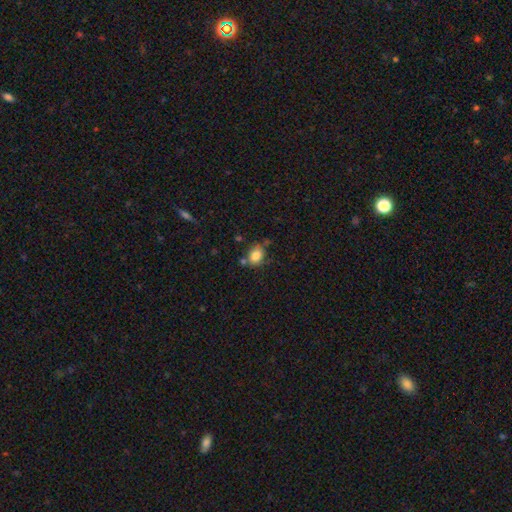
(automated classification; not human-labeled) smooth 82%, star or artifact 9%, featured or disk 9%. Down the decision tree: how rounded — in between (66%); merging — none (63%).